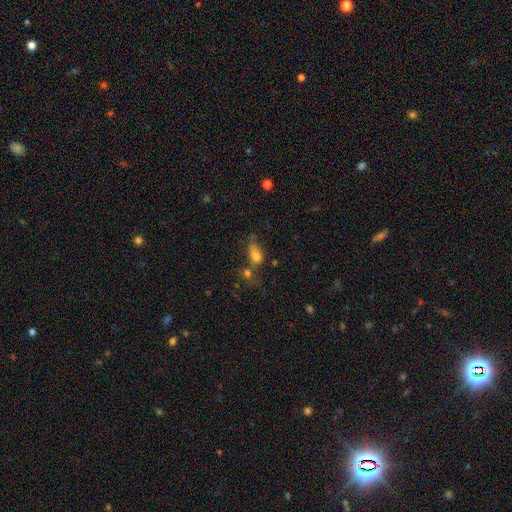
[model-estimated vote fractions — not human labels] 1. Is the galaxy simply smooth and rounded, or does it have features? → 73% smooth, 15% featured or disk, 12% star or artifact.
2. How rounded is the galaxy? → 76% in between, 16% round, 8% cigar-shaped.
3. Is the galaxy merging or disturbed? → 30% merger, 29% none, 21% minor disturbance, 21% major disturbance.